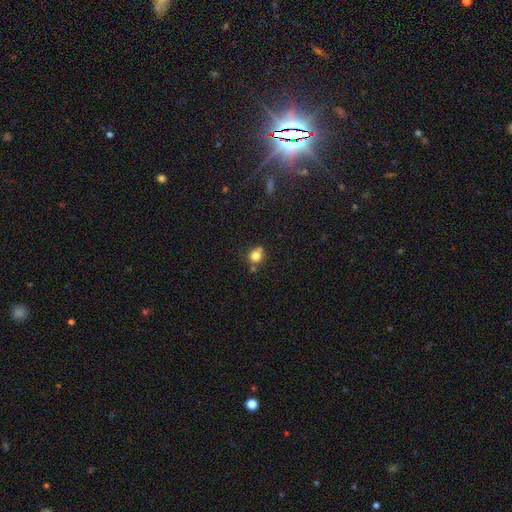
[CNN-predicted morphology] This appears to be a smooth galaxy with no disk features (77%) that is round (81%). Merging: none (60%).